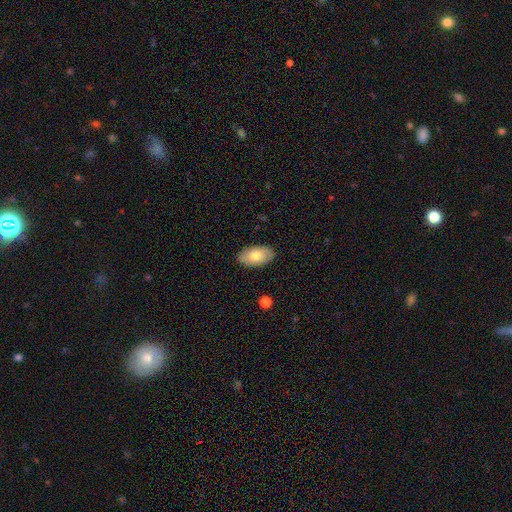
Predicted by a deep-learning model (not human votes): Overall: smooth (74%). How rounded: in between (95%). Merging: none (88%).